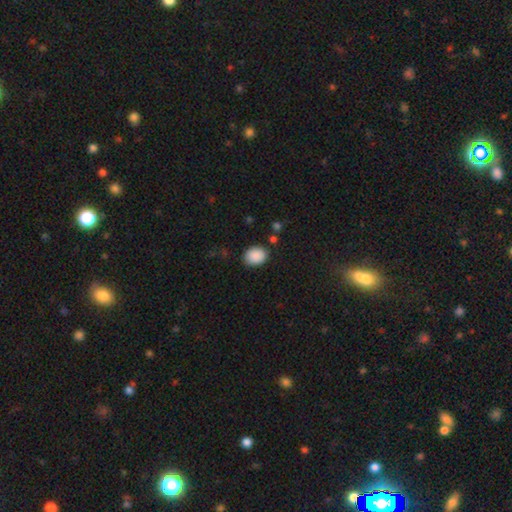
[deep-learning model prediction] The model was most divided on "how rounded": in between: 54%, round: 46%, cigar-shaped: 1%. More confident: smooth or featured — smooth (89%); merging — none (85%).